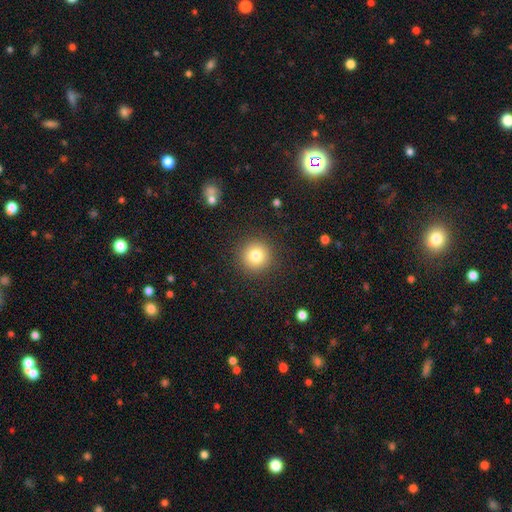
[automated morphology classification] Smooth or featured: smooth — 79% (star or artifact — 12%)
How rounded: round — 95% (in between — 4%)
Merging: none — 91% (minor disturbance — 5%)